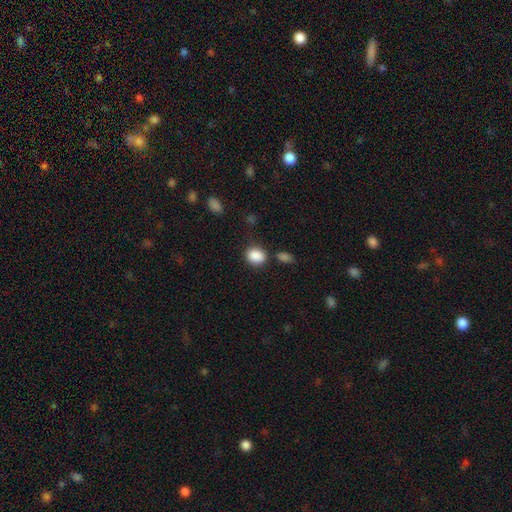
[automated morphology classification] Smooth or featured? Predicted: smooth (p=0.88). How rounded? Predicted: in between (p=0.51). Merging? Predicted: none (p=0.71).